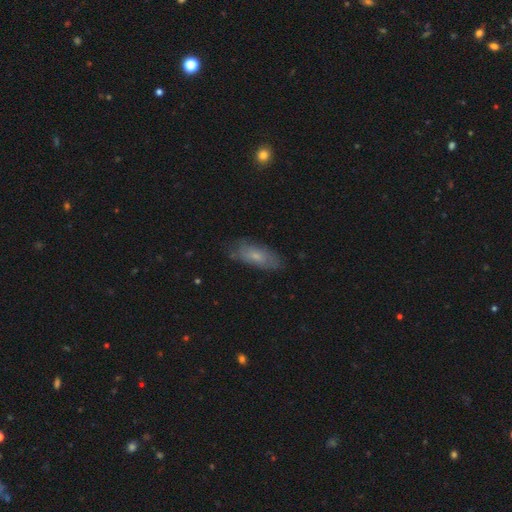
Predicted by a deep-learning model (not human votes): This appears to be a smooth galaxy with no disk features (63%) that is in between round and cigar-shaped (74%). Merging: none (73%).